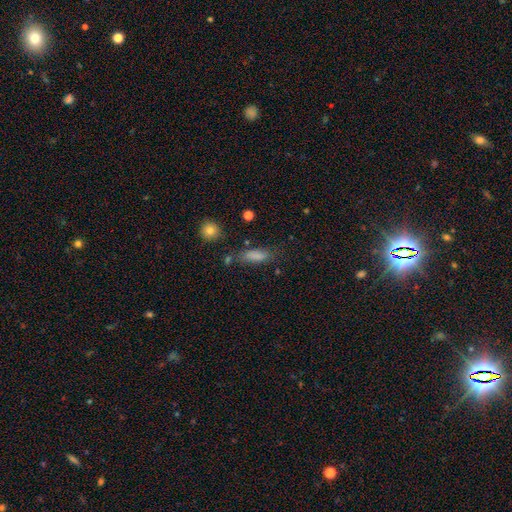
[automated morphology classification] smooth-or-featured: smooth: 81% | star or artifact: 10% | featured or disk: 9%
  how-rounded: in between: 61% | cigar-shaped: 36% | round: 4%
  merging: none: 65% | minor disturbance: 21% | major disturbance: 8% | merger: 6%